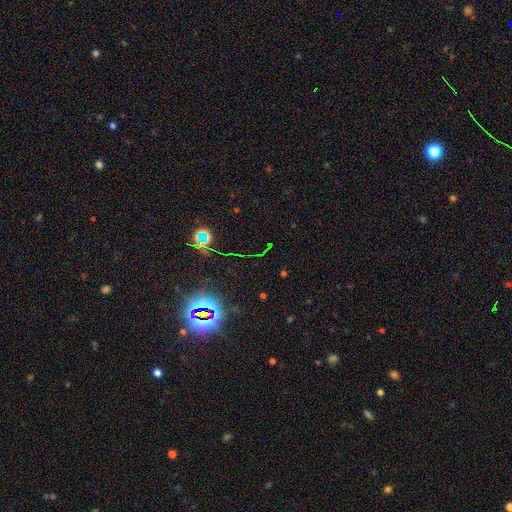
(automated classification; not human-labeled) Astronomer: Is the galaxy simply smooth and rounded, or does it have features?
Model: star or artifact — 78%.